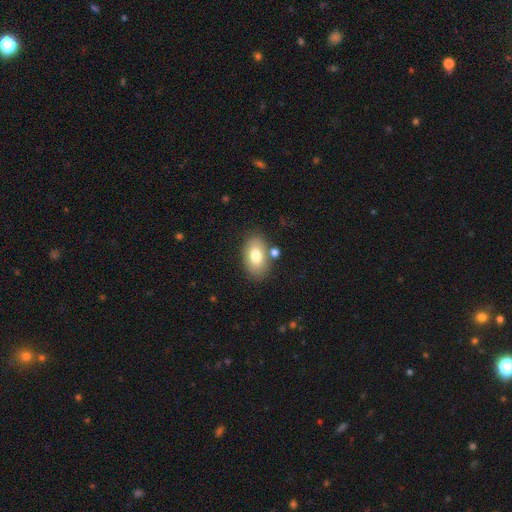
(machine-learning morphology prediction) type=smooth (76%); roundness=in between (90%); merging=none (75%).